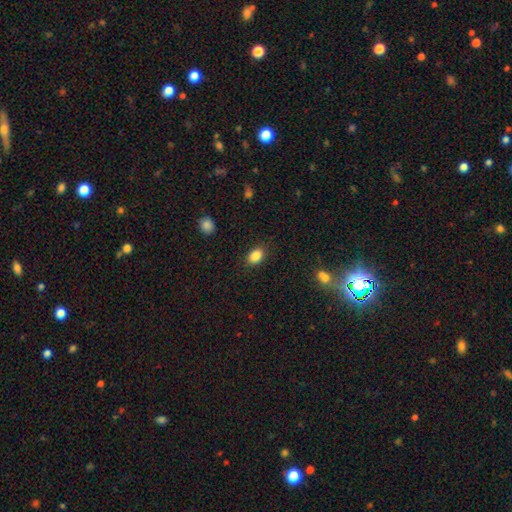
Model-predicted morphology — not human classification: Smooth or featured? smooth (87%)
How rounded? in between (79%)
Merging? none (86%)